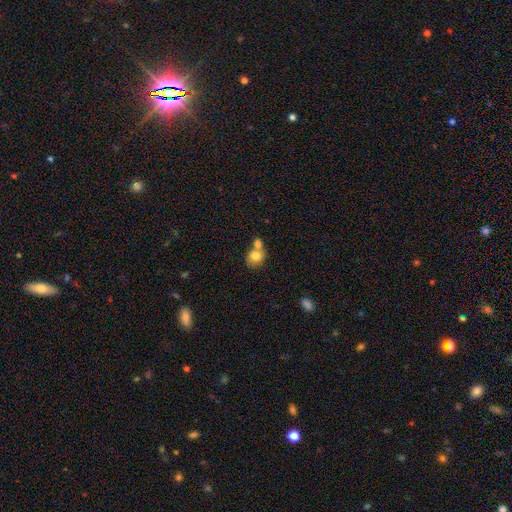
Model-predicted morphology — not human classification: smooth-or-featured: smooth: 78% | featured or disk: 13% | star or artifact: 9%
  how-rounded: round: 63% | in between: 36% | cigar-shaped: 1%
  merging: merger: 54% | none: 33% | minor disturbance: 9% | major disturbance: 4%